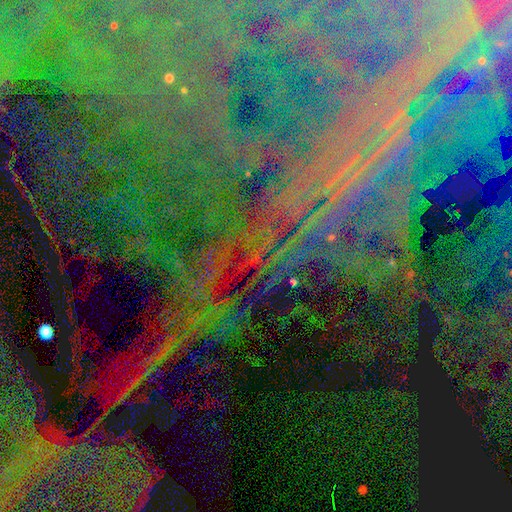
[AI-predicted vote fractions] Smooth or featured? Predicted: star or artifact (p=0.74).